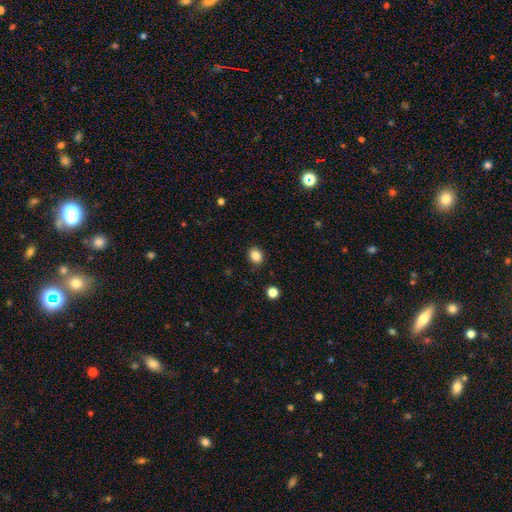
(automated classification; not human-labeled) Morphology: type=smooth (85%); roundness=round (50%, tied with in between); merging=none (88%).